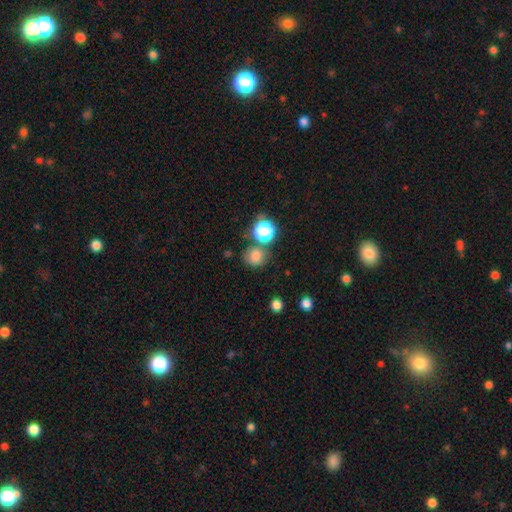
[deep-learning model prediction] Smooth or featured? Predicted: smooth (p=0.78). How rounded? Predicted: round (p=0.82). Merging? Predicted: none (p=0.68).